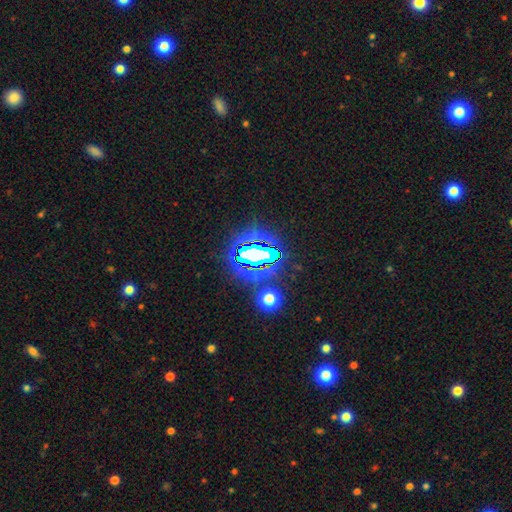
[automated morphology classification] Smooth or featured? star or artifact (71%)